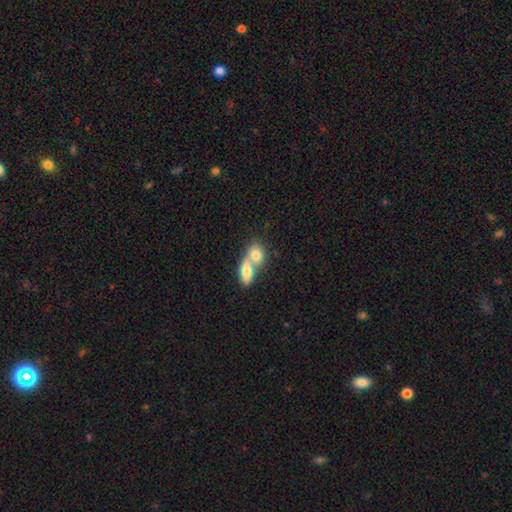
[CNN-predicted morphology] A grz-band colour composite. It shows a smooth galaxy with no disk features (78%) that is in between round and cigar-shaped (66%). Merging: merger (72%).